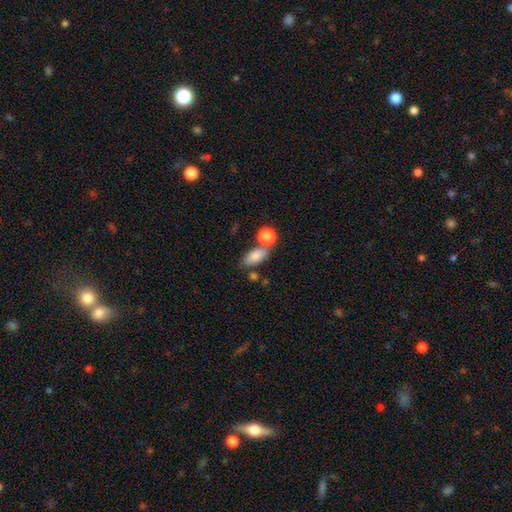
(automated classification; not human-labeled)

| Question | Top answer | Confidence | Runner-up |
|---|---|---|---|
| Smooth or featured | smooth | 81% | featured or disk (10%) |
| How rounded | in between | 83% | round (8%) |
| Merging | none | 60% | merger (22%) |